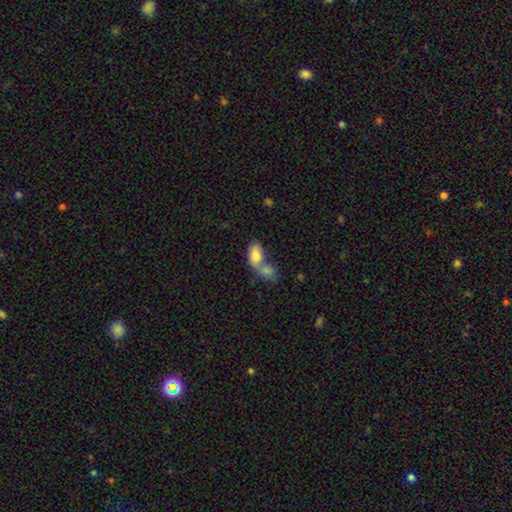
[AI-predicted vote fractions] smooth-or-featured: smooth: 79% | featured or disk: 14% | star or artifact: 7%
  how-rounded: in between: 90% | round: 7% | cigar-shaped: 3%
  merging: merger: 64% | none: 23% | minor disturbance: 8% | major disturbance: 4%